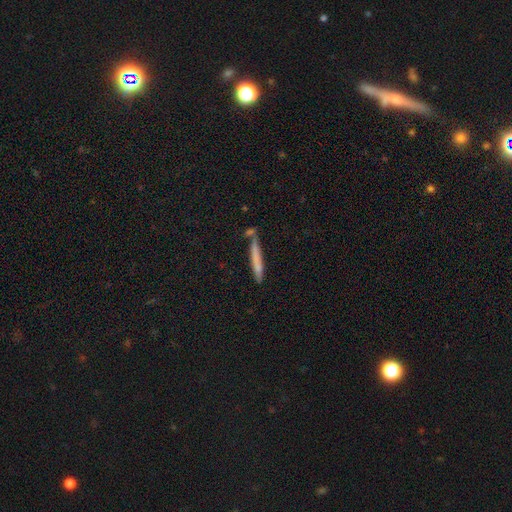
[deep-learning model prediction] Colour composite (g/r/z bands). It shows a smooth galaxy with no disk features (67%) that is cigar-shaped (95%). Merging: none (65%).